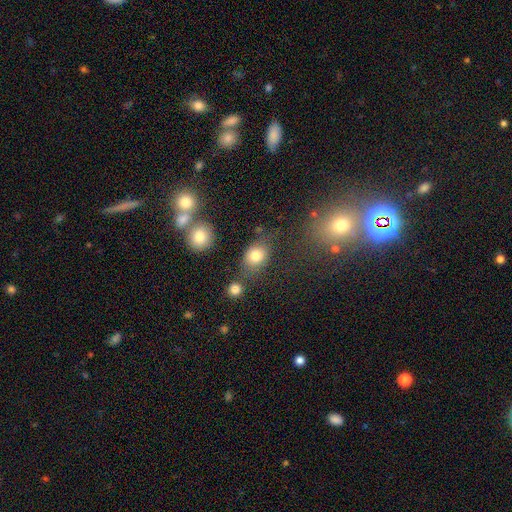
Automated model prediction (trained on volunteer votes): smooth-or-featured: smooth: 80% | star or artifact: 11% | featured or disk: 8%
  how-rounded: in between: 53% | round: 45% | cigar-shaped: 1%
  merging: none: 66% | minor disturbance: 17% | merger: 10% | major disturbance: 7%